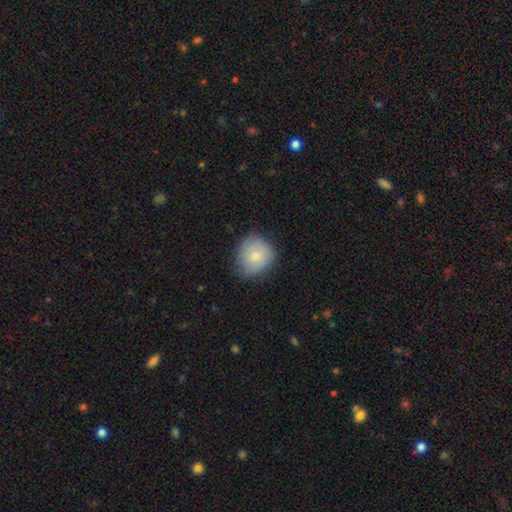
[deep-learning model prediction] Smooth or featured? smooth (73%)
How rounded? round (80%)
Merging? none (71%)